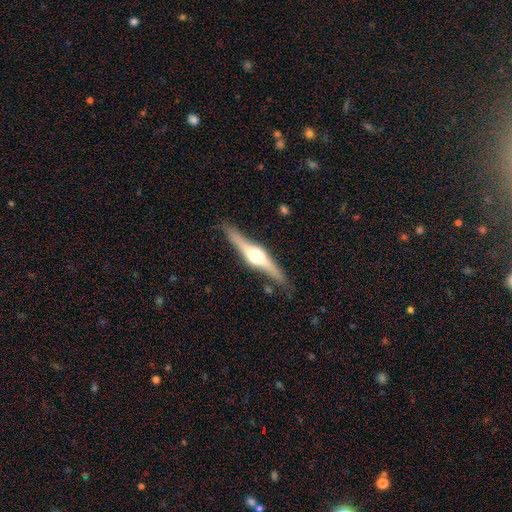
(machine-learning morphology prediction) smooth_or_featured: featured or disk (p=0.79) [alt: smooth p=0.16]
disk_edge_on: yes (p=0.97) [alt: no p=0.03]
edge_on_bulge: rounded (p=0.93) [alt: boxy p=0.05]
merging: none (p=0.85) [alt: minor disturbance p=0.11]